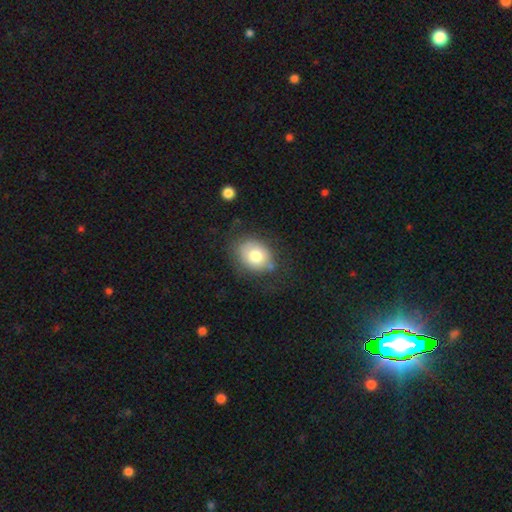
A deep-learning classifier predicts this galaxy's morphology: The model was most divided on "how rounded": in between: 52%, round: 47%, cigar-shaped: 1%. More confident: smooth or featured — smooth (76%); merging — none (70%).